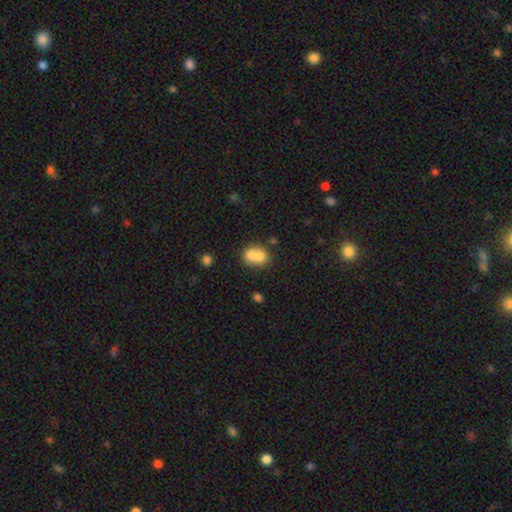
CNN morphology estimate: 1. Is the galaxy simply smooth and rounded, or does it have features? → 71% smooth, 19% featured or disk, 10% star or artifact.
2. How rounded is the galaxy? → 57% round, 42% in between, 1% cigar-shaped.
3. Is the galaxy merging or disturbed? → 65% merger, 25% none, 7% minor disturbance, 3% major disturbance.